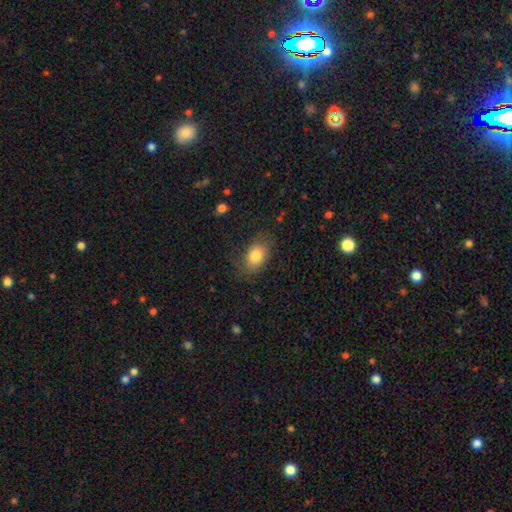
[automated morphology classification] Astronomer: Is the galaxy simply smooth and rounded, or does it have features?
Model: smooth — 80%.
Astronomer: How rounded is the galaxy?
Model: in between — 82%.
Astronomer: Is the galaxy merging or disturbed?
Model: none — 72%.